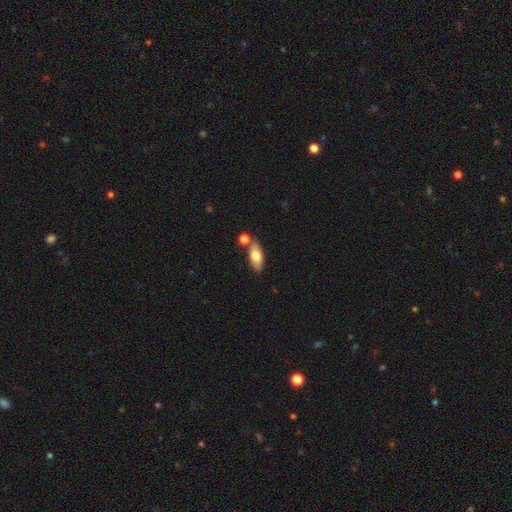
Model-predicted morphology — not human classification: smooth 75%, featured or disk 18%, star or artifact 7%. Down the decision tree: how rounded — in between (85%); merging — none (66%).